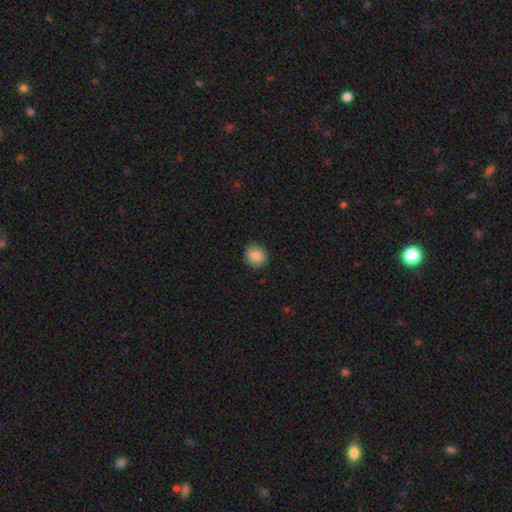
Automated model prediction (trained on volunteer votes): smooth-or-featured: smooth: 84% | star or artifact: 8% | featured or disk: 7%
  how-rounded: round: 83% | in between: 16% | cigar-shaped: 1%
  merging: none: 90% | minor disturbance: 7% | major disturbance: 2% | merger: 1%